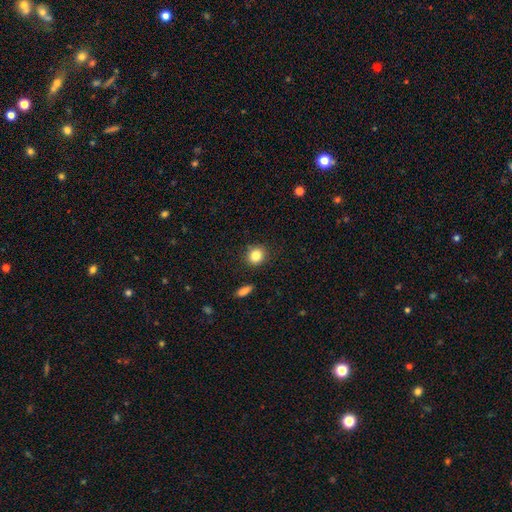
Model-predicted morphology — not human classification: smooth 85%, star or artifact 10%, featured or disk 5%. Down the decision tree: how rounded — round (80%); merging — none (87%).